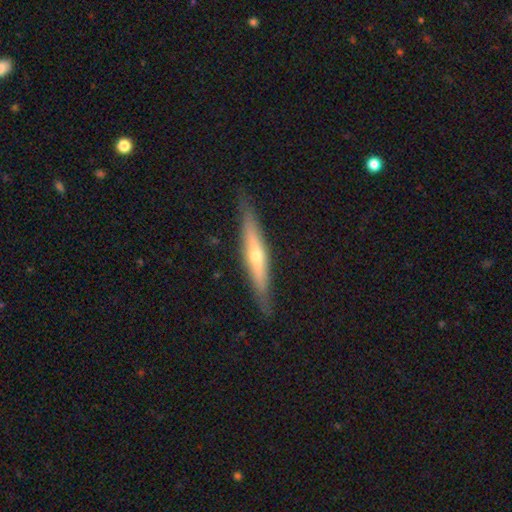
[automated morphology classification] Overall: featured or disk (64%; smooth 30%). Edge-on disk: yes (92%). Edge-on bulge: rounded (79%). Merging: none (87%).